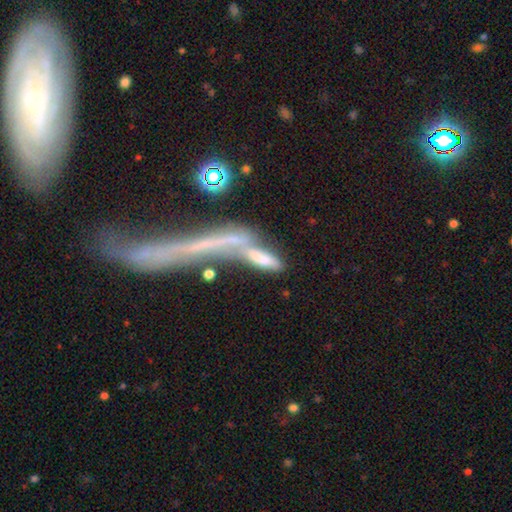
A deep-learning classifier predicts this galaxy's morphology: Smooth or featured? Predicted: smooth (p=0.59). How rounded? Predicted: cigar-shaped (p=0.55). Merging? Predicted: merger (p=0.56).